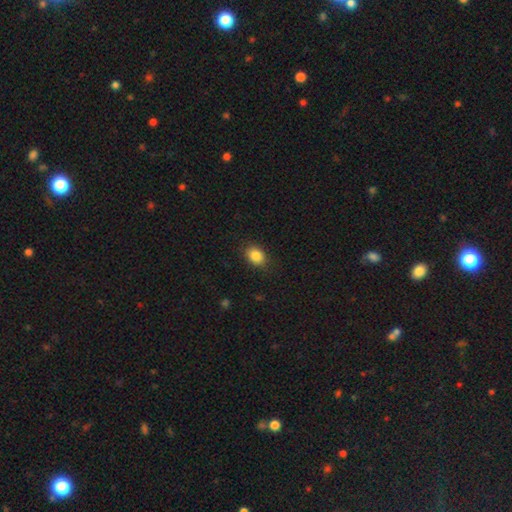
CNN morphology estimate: The model was most divided on "how rounded": in between: 66%, round: 33%, cigar-shaped: 1%. More confident: smooth or featured — smooth (86%); merging — none (85%).